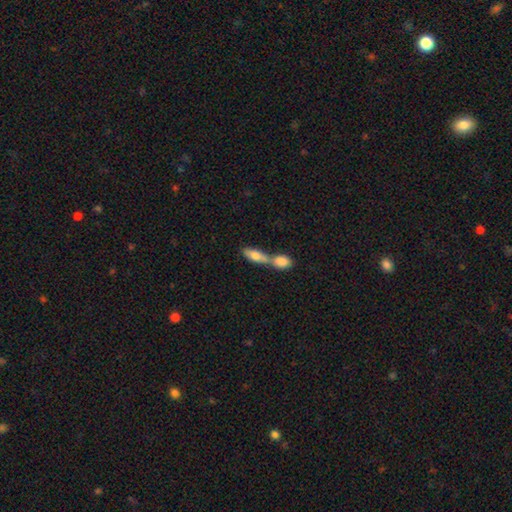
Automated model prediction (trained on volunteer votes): Morphology: type=smooth (76%); roundness=in between (72%); merging=merger (73%).